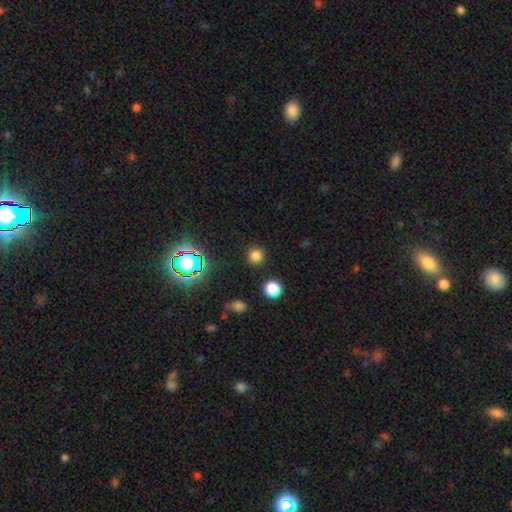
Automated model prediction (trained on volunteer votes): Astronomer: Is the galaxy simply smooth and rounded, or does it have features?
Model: smooth — 76%.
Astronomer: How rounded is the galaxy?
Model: round — 91%.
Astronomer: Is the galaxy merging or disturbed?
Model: none — 89%.